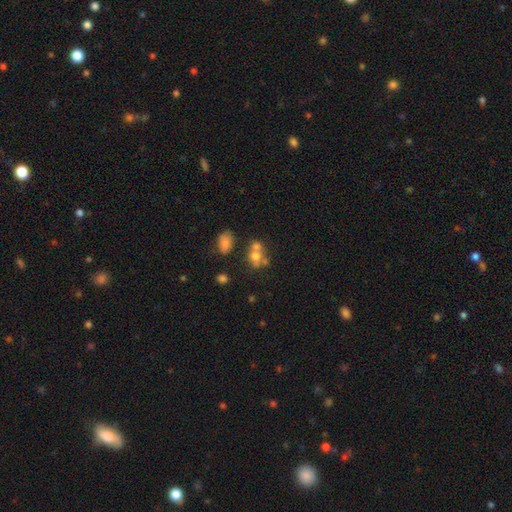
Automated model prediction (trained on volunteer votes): A smooth galaxy with no disk features (61%) that is round (51%). Merging: merger (49%).